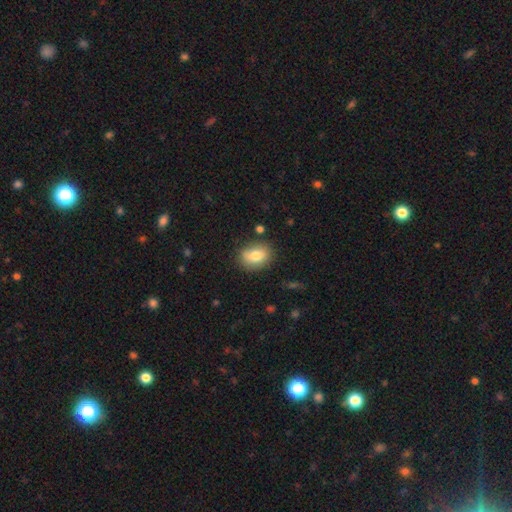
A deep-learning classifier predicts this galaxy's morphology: smooth_or_featured: smooth (p=0.76) [alt: featured or disk p=0.16]
how_rounded: in between (p=0.70) [alt: round p=0.28]
merging: none (p=0.82) [alt: minor disturbance p=0.13]